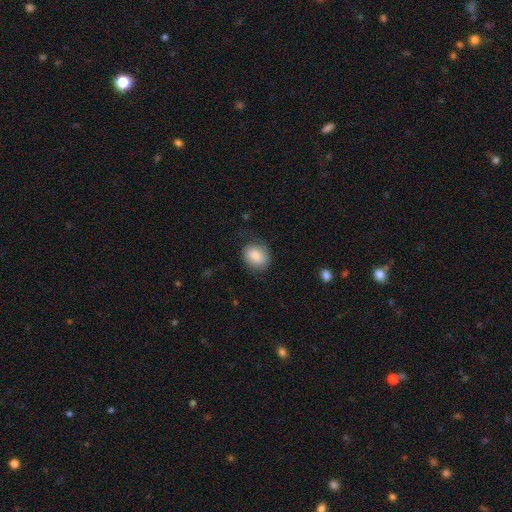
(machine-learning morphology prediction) The model was most divided on "how rounded": in between: 51%, round: 48%, cigar-shaped: 1%. More confident: smooth or featured — smooth (76%); merging — none (67%).